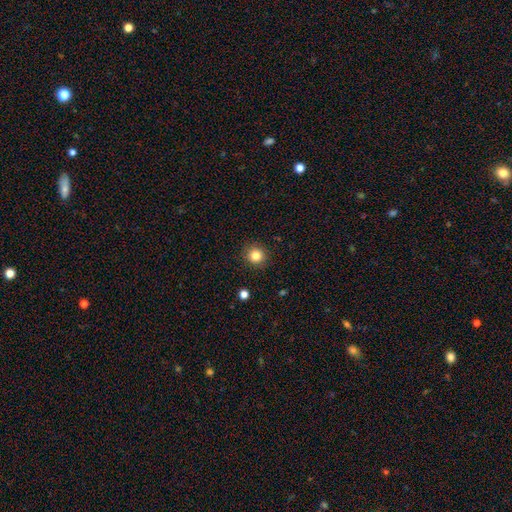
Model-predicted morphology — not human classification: Overall: smooth (83%). How rounded: round (92%). Merging: none (91%).